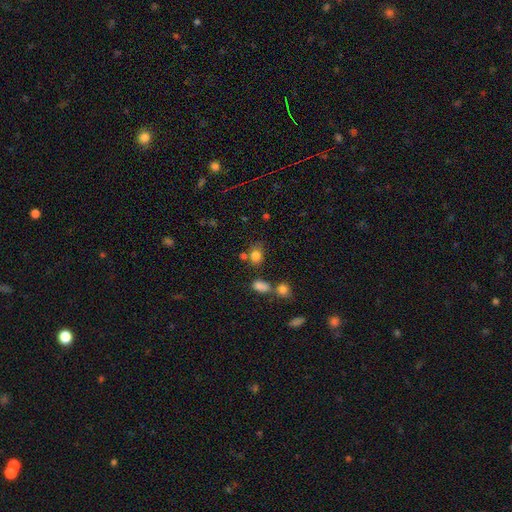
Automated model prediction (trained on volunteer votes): Smooth or featured: smooth — 79% (star or artifact — 13%)
How rounded: in between — 51% (round — 48%)
Merging: none — 63% (merger — 16%)